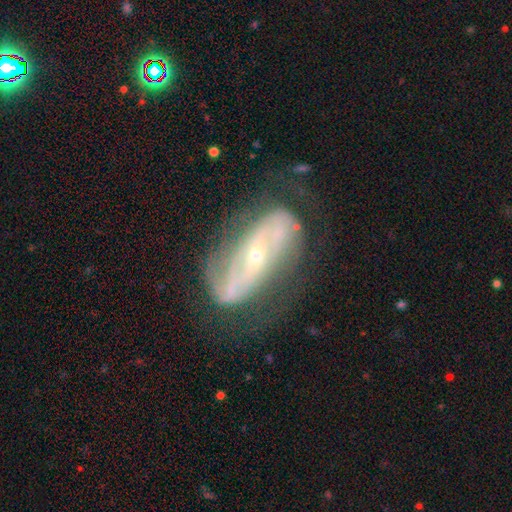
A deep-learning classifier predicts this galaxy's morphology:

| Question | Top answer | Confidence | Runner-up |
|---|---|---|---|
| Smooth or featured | featured or disk | 83% | smooth (10%) |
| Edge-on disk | no | 89% | yes (11%) |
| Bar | strong | 42% | no (33%) |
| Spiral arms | yes | 83% | no (17%) |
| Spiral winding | tight | 39% | medium (37%) |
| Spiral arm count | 2 | 66% | can't tell (22%) |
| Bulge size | small | 73% | moderate (23%) |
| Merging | none | 63% | minor disturbance (21%) |